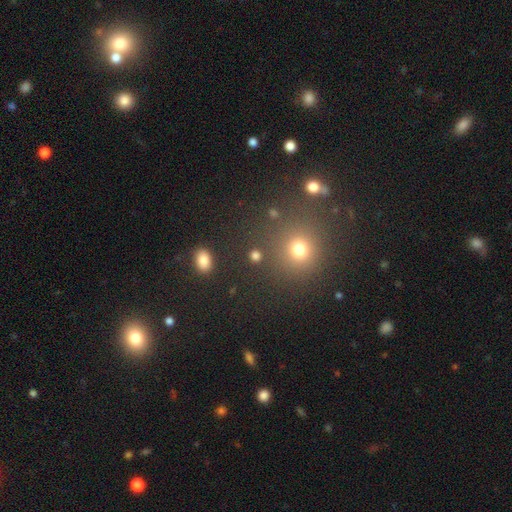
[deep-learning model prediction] Q: Smooth or featured?
A: smooth (77%); runner-up: star or artifact (18%)
Q: How rounded?
A: round (85%); runner-up: in between (14%)
Q: Merging?
A: none (83%); runner-up: merger (7%)